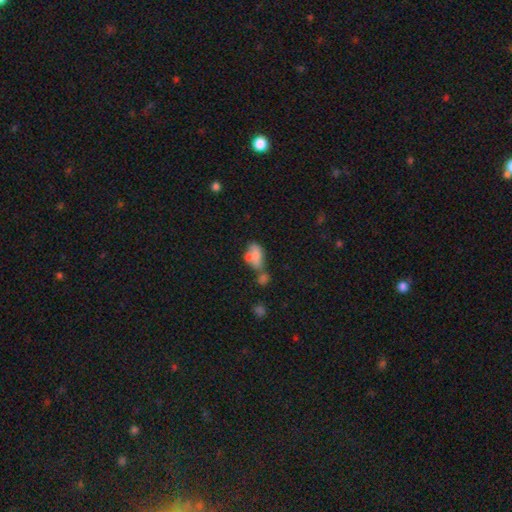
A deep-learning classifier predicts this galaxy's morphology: Overall: smooth (72%). How rounded: in between (85%). Merging: merger (44%; none 29%).